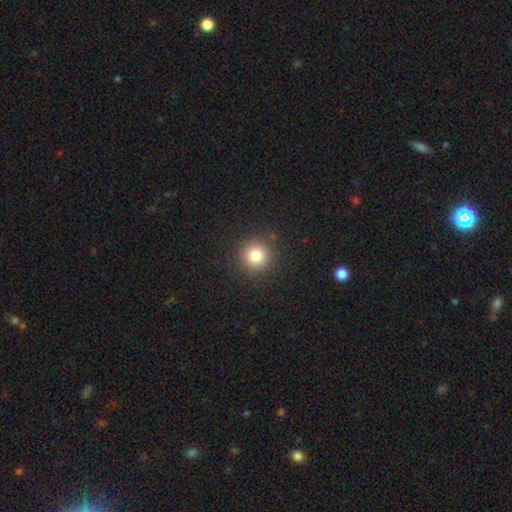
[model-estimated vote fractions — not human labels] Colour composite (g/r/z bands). It shows a smooth galaxy with no disk features (81%) that is round (94%). Merging: none (90%).